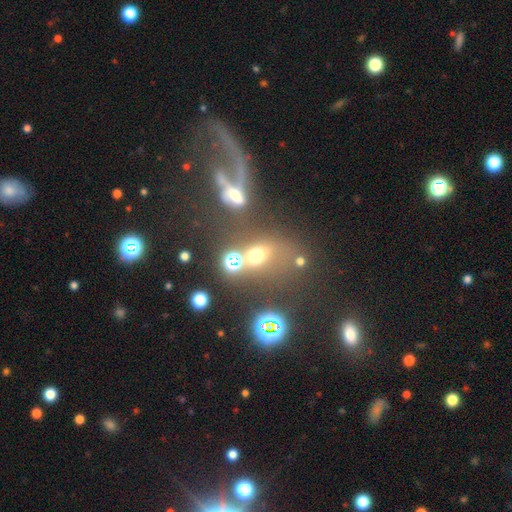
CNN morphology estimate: A smooth galaxy with no disk features (51%) that is in between round and cigar-shaped (52%). Merging: none (49%).